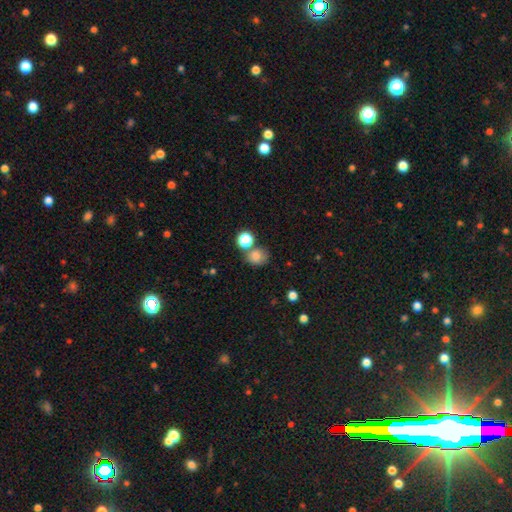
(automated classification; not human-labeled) Smooth or featured: smooth — 77% (star or artifact — 15%)
How rounded: round — 71% (in between — 28%)
Merging: none — 58% (merger — 20%)